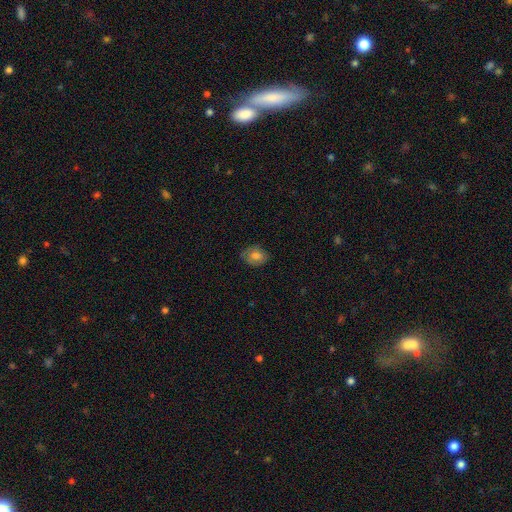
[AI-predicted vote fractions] Smooth or featured?
  - smooth: 73% *
  - featured or disk: 18%
  - star or artifact: 9%
How rounded?
  - in between: 61% *
  - round: 38%
  - cigar-shaped: 1%
Merging?
  - none: 74% *
  - minor disturbance: 21%
  - major disturbance: 5%
  - merger: 1%